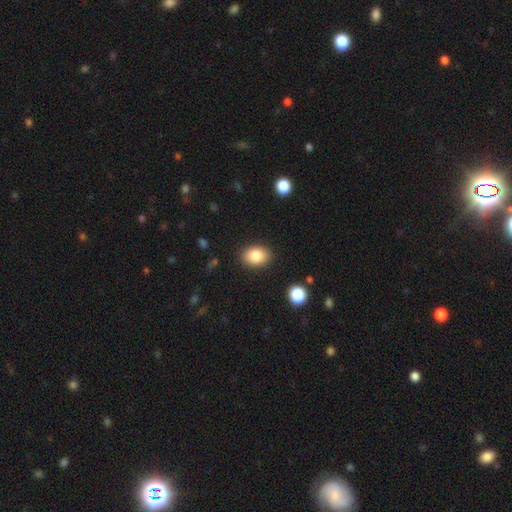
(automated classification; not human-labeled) Morphology: type=smooth (83%); roundness=in between (71%); merging=none (88%).